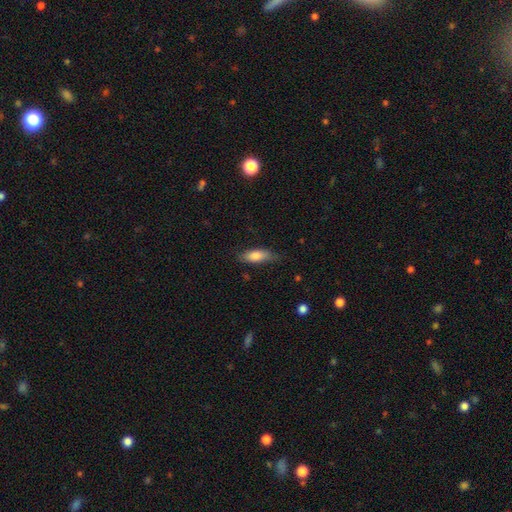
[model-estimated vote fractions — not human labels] Smooth or featured? smooth (79%)
How rounded? in between (69%)
Merging? none (70%)